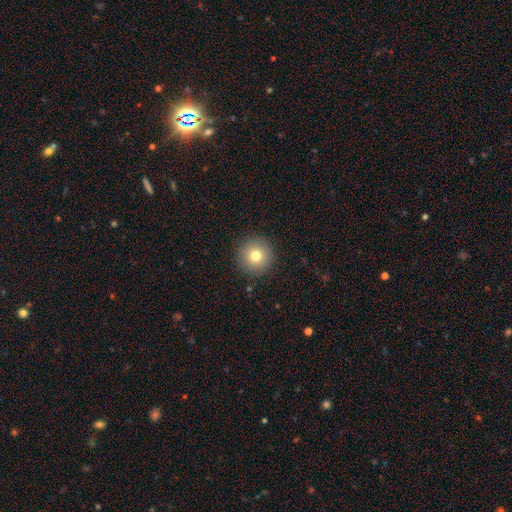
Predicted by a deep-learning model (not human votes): smooth 77%, star or artifact 12%, featured or disk 12%. Down the decision tree: how rounded — round (96%); merging — none (91%).